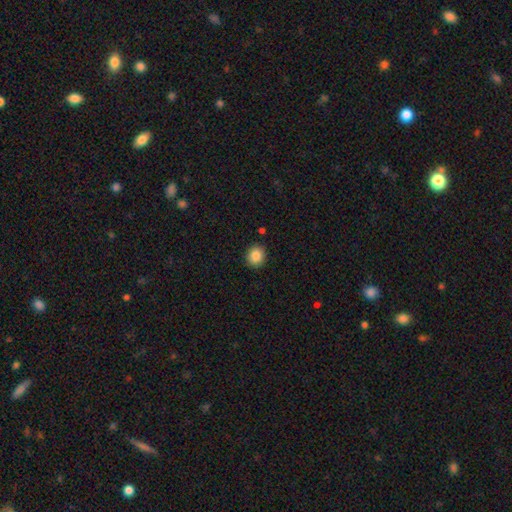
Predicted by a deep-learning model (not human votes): smooth 87%, star or artifact 9%, featured or disk 4%. Down the decision tree: how rounded — round (72%); merging — none (89%).